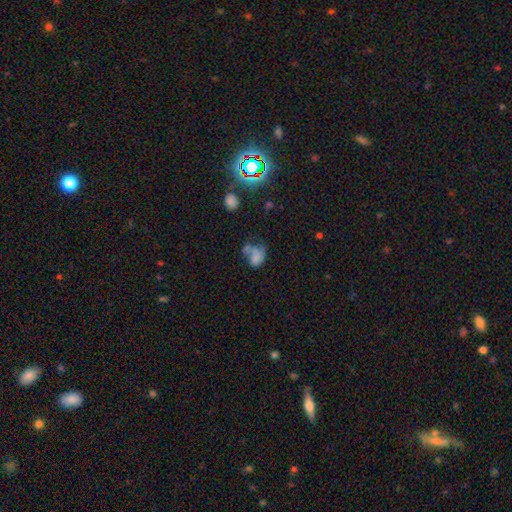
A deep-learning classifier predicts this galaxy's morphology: Smooth or featured?
  - smooth: 51% *
  - featured or disk: 35%
  - star or artifact: 15%
How rounded?
  - in between: 71% *
  - round: 28%
  - cigar-shaped: 2%
Merging?
  - major disturbance: 36% *
  - merger: 26%
  - none: 21%
  - minor disturbance: 16%